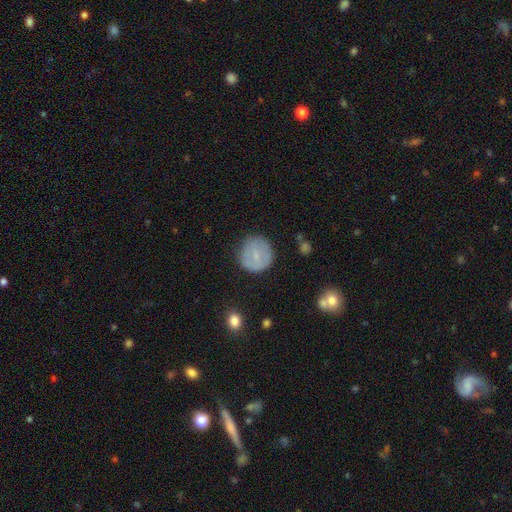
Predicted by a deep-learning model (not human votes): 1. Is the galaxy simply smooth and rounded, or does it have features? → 66% smooth, 26% featured or disk, 7% star or artifact.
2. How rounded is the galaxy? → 91% round, 8% in between, 1% cigar-shaped.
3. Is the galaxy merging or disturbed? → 78% none, 16% minor disturbance, 5% major disturbance, 2% merger.